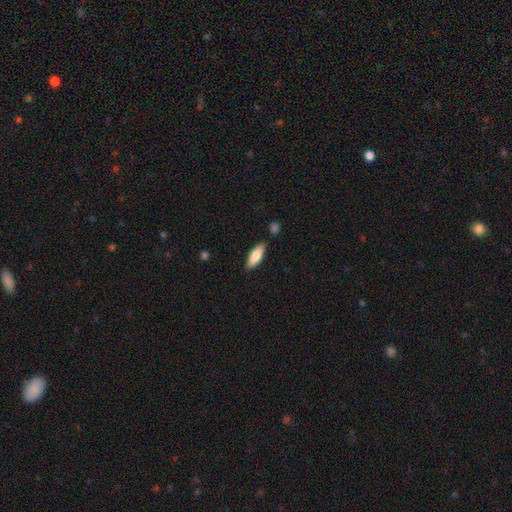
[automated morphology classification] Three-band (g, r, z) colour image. It shows a smooth galaxy with no disk features (82%) that is in between round and cigar-shaped (67%). Merging: none (83%).